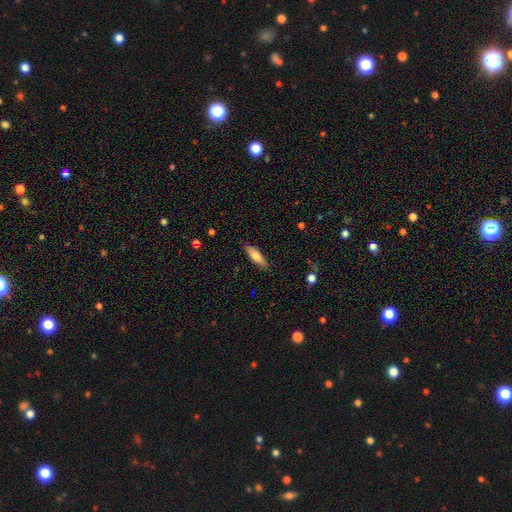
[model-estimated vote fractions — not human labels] smooth-or-featured: smooth: 69% | featured or disk: 25% | star or artifact: 6%
  how-rounded: cigar-shaped: 54% | in between: 44% | round: 2%
  merging: none: 86% | minor disturbance: 11% | major disturbance: 2% | merger: 1%